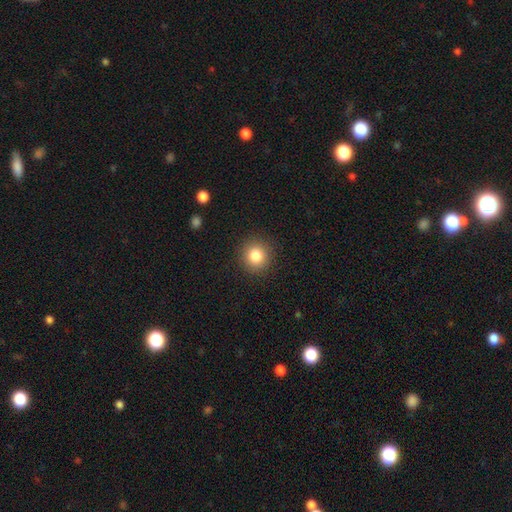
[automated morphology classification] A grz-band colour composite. It shows a smooth galaxy with no disk features (84%) that is round (92%). Merging: none (90%).